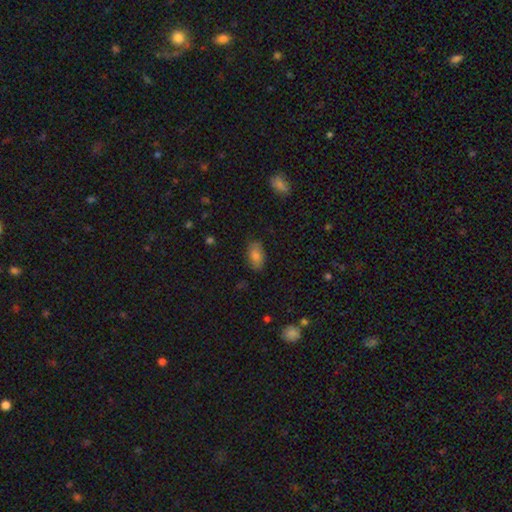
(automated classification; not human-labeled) smooth 79%, featured or disk 12%, star or artifact 9%. Down the decision tree: how rounded — in between (92%); merging — none (83%).